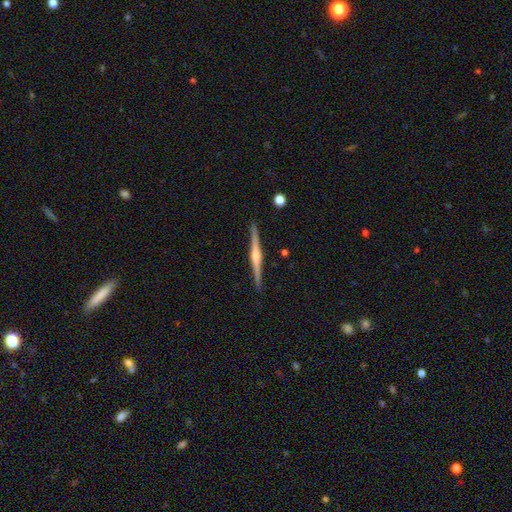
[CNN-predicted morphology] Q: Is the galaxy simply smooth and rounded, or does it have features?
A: featured or disk — 82%.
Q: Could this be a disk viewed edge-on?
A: yes — 99%.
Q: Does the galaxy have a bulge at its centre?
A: rounded — 80%.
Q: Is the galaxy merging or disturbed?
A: none — 92%.